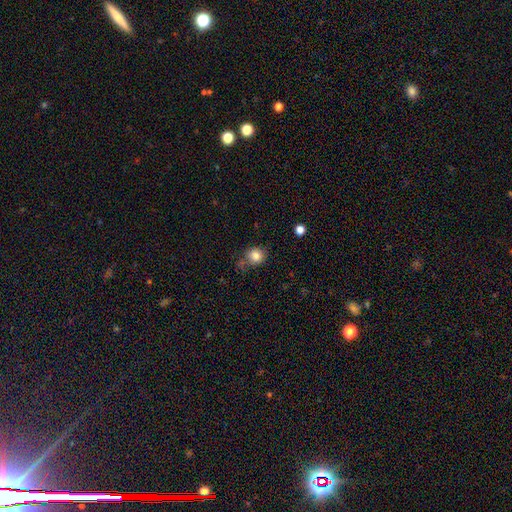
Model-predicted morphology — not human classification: Q: Smooth or featured?
A: smooth (83%); runner-up: star or artifact (11%)
Q: How rounded?
A: round (82%); runner-up: in between (17%)
Q: Merging?
A: none (65%); runner-up: minor disturbance (21%)